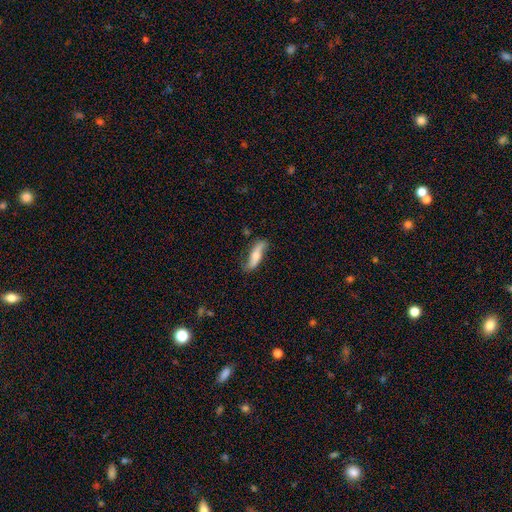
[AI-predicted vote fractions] A featured or disk galaxy (57%).

Vote fractions:
- Smooth or featured? featured or disk: 57% / smooth: 37% / star or artifact: 6%
- Edge-on disk? no: 67% / yes: 33%
- Merging? none: 74% / minor disturbance: 19% / major disturbance: 5% / merger: 2%